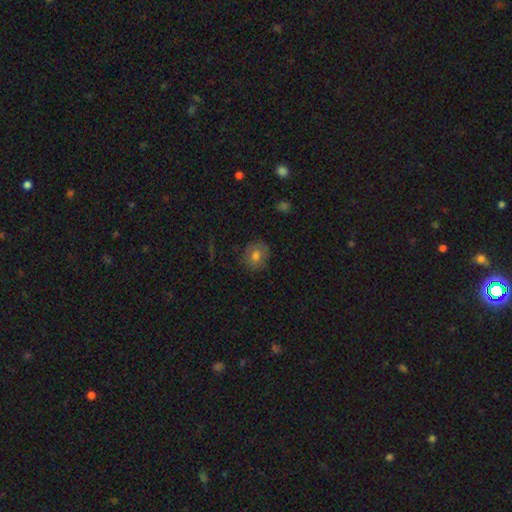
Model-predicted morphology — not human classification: The model was most divided on "smooth or featured": smooth: 74%, featured or disk: 14%, star or artifact: 12%. More confident: merging — none (84%); how rounded — round (80%).